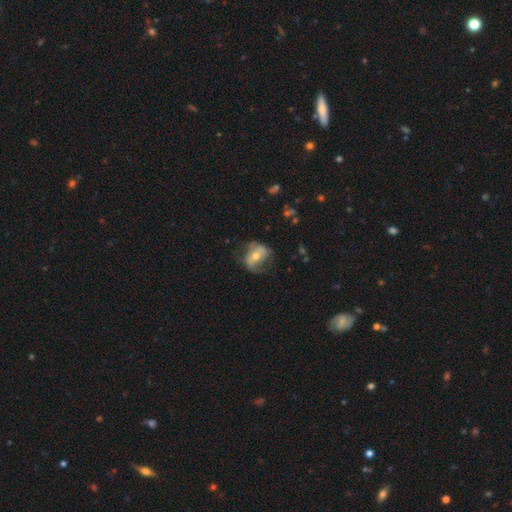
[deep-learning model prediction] Morphology: type=featured or disk (60%); edge-on=no (95%); bar=no (41%); spiral arms=yes (66%); bulge=moderate (63%); merging=none (53%).